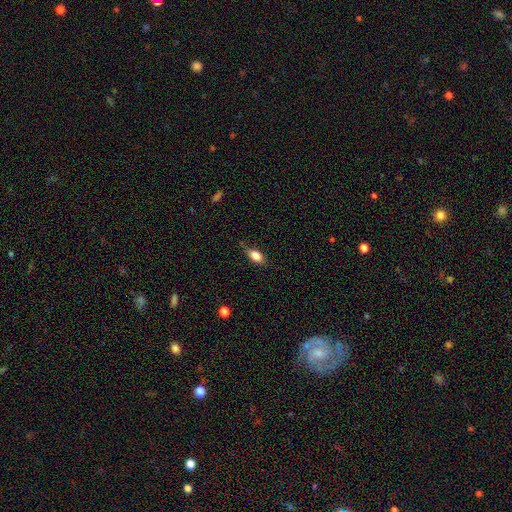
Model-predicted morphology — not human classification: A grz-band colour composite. It shows a smooth galaxy with no disk features (82%) that is in between round and cigar-shaped (85%). Merging: none (66%).